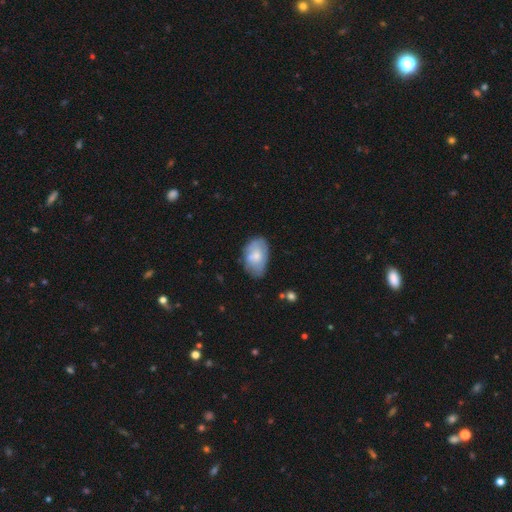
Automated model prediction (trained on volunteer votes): Overall: smooth (64%; featured or disk 29%). How rounded: in between (91%). Merging: none (61%; minor disturbance 28%).